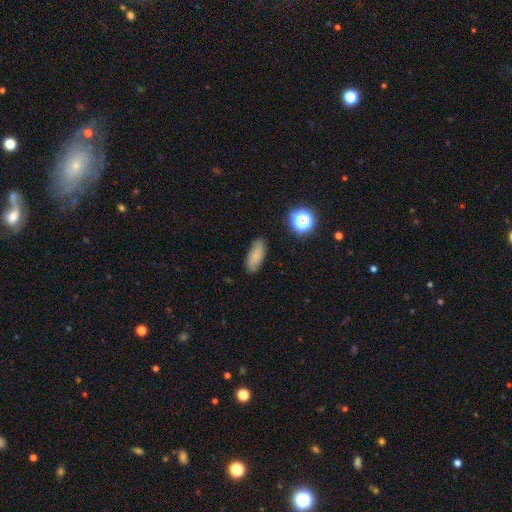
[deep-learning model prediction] Overall: smooth (68%). How rounded: in between (79%). Merging: none (80%).